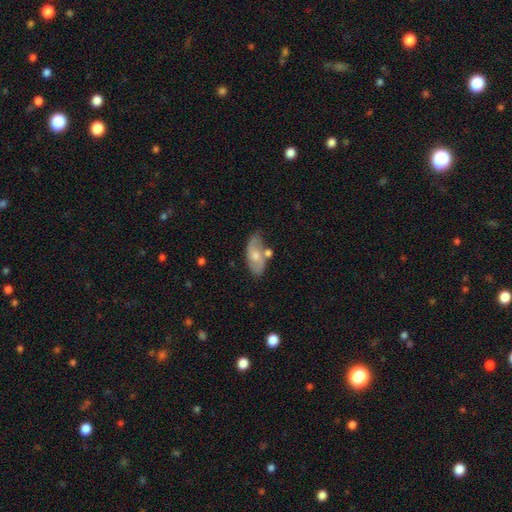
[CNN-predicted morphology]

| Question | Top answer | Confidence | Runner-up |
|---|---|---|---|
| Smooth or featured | featured or disk | 51% | smooth (43%) |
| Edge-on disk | no | 90% | yes (10%) |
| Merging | none | 59% | minor disturbance (21%) |